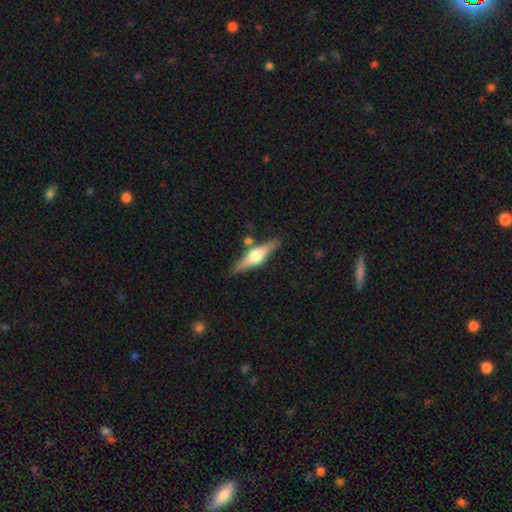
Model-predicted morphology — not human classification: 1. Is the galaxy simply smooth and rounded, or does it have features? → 72% featured or disk, 23% smooth, 6% star or artifact.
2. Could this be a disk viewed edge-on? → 97% yes, 3% no.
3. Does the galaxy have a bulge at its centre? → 93% rounded, 6% boxy, 2% none.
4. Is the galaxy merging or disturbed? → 83% none, 10% minor disturbance, 5% merger, 2% major disturbance.